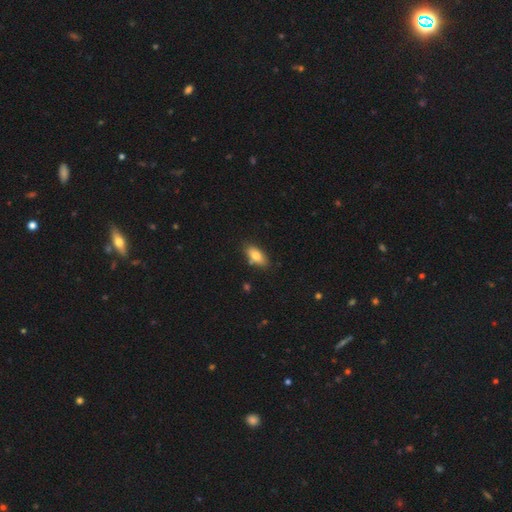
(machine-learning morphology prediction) Smooth or featured?
  - smooth: 79% *
  - featured or disk: 14%
  - star or artifact: 7%
How rounded?
  - in between: 87% *
  - cigar-shaped: 10%
  - round: 3%
Merging?
  - none: 80% *
  - minor disturbance: 14%
  - merger: 4%
  - major disturbance: 2%